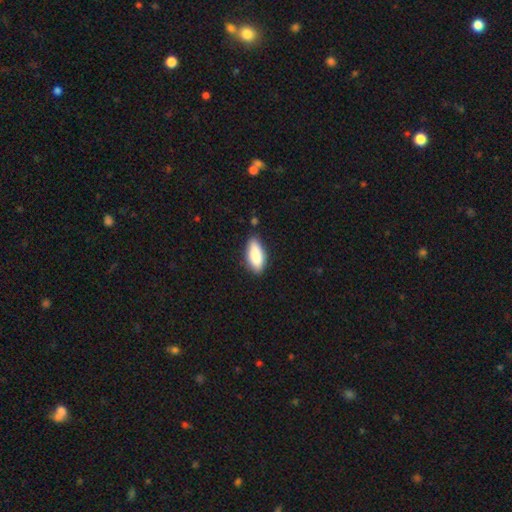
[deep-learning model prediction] smooth_or_featured: smooth (p=0.87) [alt: featured or disk p=0.07]
how_rounded: in between (p=0.82) [alt: cigar-shaped p=0.16]
merging: none (p=0.79) [alt: minor disturbance p=0.16]